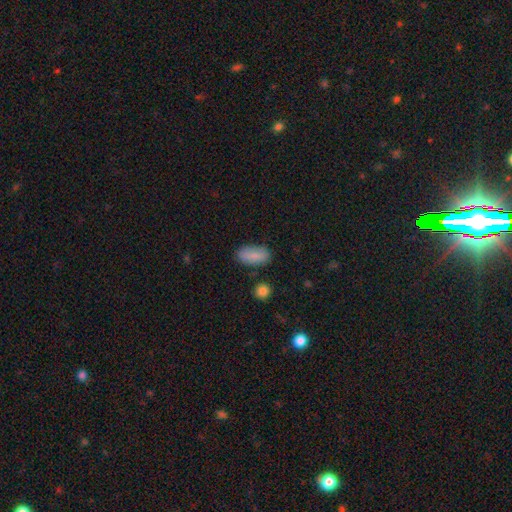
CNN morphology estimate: smooth-or-featured: smooth: 86% | featured or disk: 7% | star or artifact: 7%
  how-rounded: in between: 91% | cigar-shaped: 6% | round: 3%
  merging: none: 80% | minor disturbance: 14% | major disturbance: 3% | merger: 3%